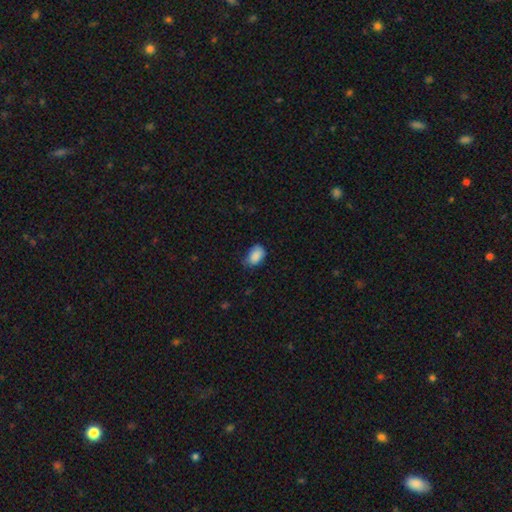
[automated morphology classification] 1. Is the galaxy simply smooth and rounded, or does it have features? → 87% smooth, 8% star or artifact, 5% featured or disk.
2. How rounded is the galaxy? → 84% in between, 15% round, 1% cigar-shaped.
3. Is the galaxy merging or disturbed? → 57% none, 34% minor disturbance, 7% major disturbance, 1% merger.